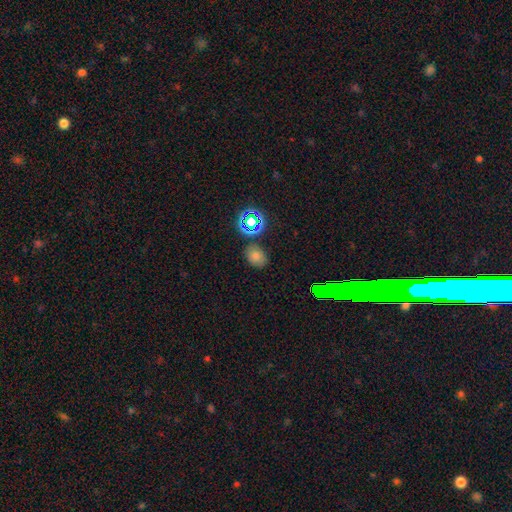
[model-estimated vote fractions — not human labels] Smooth or featured? Predicted: smooth (p=0.71). How rounded? Predicted: in between (p=0.60). Merging? Predicted: none (p=0.78).